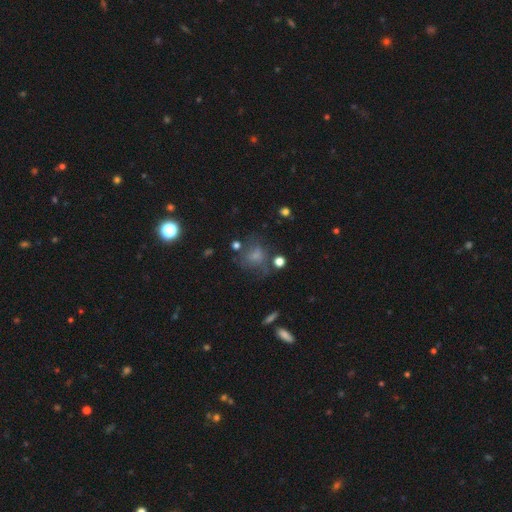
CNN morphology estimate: This appears to be a smooth galaxy with no disk features (58%) that is round (64%). Merging: none (48%).